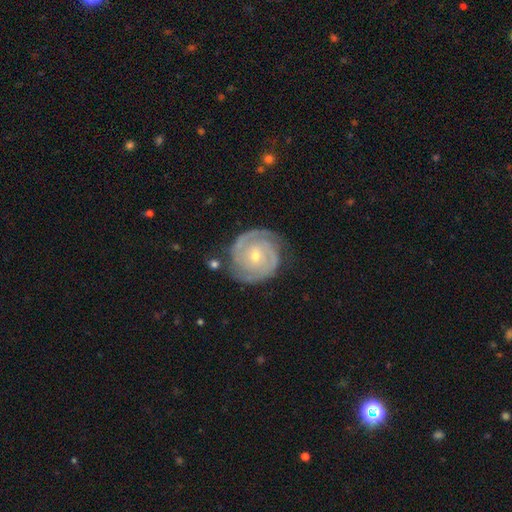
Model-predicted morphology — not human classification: Smooth or featured? featured or disk (88%)
Edge-on disk? no (98%)
Bar? no (67%)
Spiral arms? yes (97%)
Spiral winding? tight (76%)
Spiral arm count? 2 (58%)
Bulge size? small (56%)
Merging? none (80%)